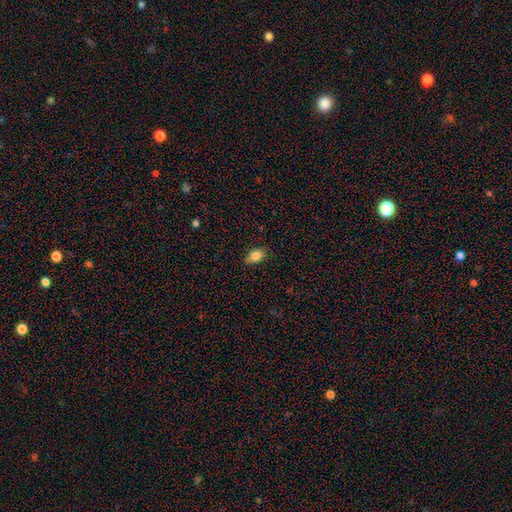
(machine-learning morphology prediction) Smooth or featured: smooth — 83% (star or artifact — 9%)
How rounded: in between — 83% (round — 14%)
Merging: none — 80% (minor disturbance — 17%)